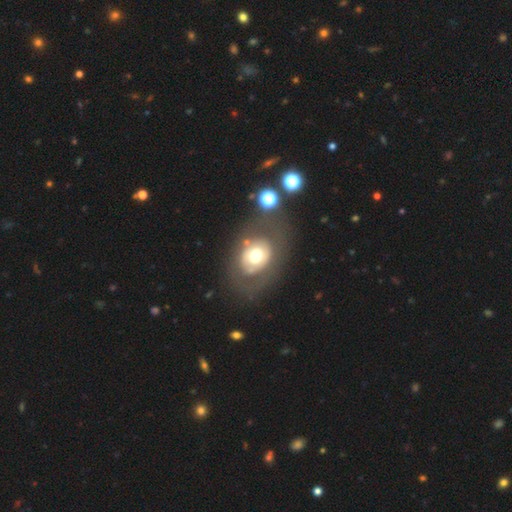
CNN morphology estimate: Smooth or featured? Predicted: smooth (p=0.48). Merging? Predicted: none (p=0.66).